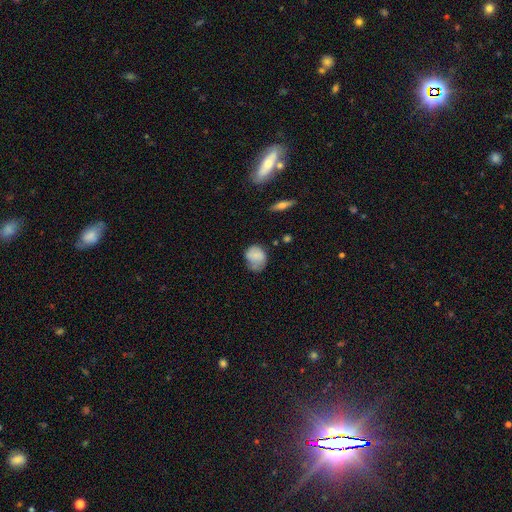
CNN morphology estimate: A smooth galaxy with no disk features (76%) that is round (56%). Merging: none (49%).